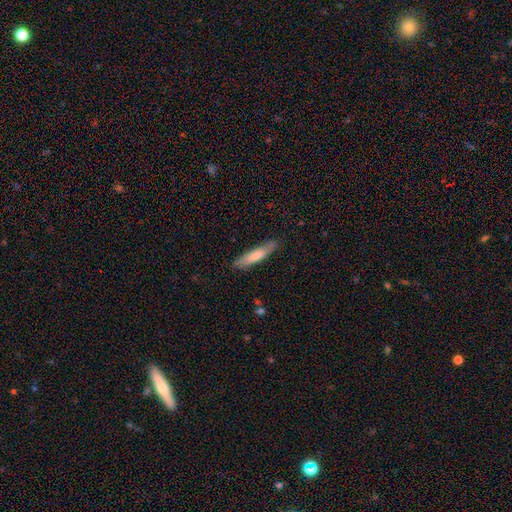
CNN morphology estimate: smooth_or_featured: smooth (p=0.74) [alt: featured or disk p=0.21]
how_rounded: cigar-shaped (p=0.83) [alt: in between p=0.16]
merging: none (p=0.83) [alt: minor disturbance p=0.13]